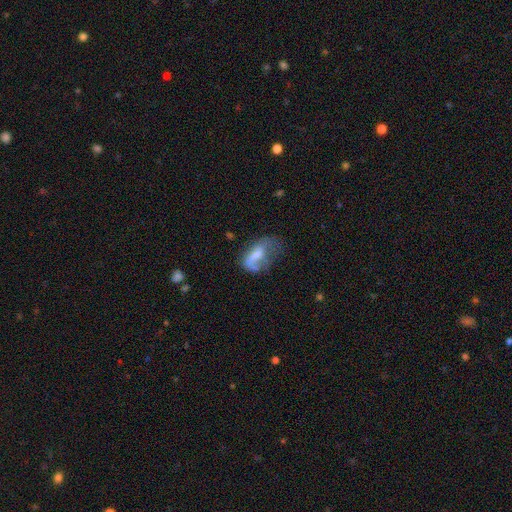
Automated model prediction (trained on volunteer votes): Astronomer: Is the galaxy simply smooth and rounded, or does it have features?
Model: smooth — 52% (runner-up: featured or disk, 38%).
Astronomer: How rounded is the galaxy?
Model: in between — 85%.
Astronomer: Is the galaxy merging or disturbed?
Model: major disturbance — 46% (runner-up: none, 24%).